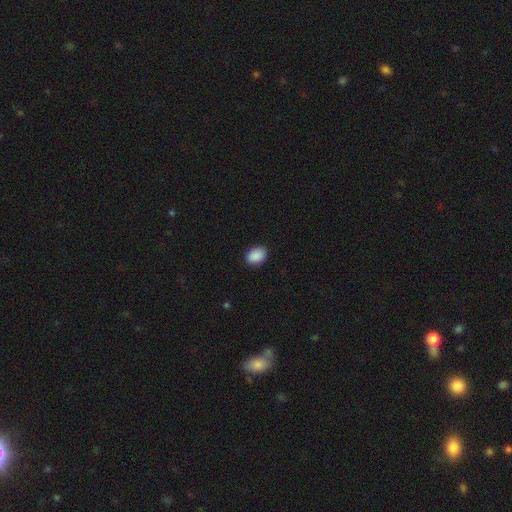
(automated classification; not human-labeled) Smooth or featured? smooth (90%)
How rounded? in between (74%)
Merging? none (88%)